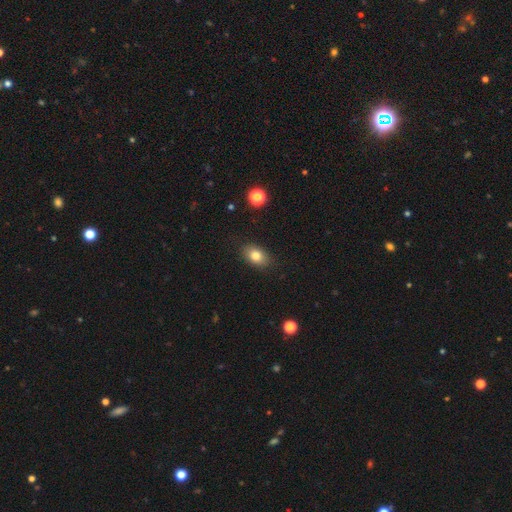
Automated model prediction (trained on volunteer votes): smooth 82%, star or artifact 9%, featured or disk 9%. Down the decision tree: how rounded — in between (82%); merging — none (86%).